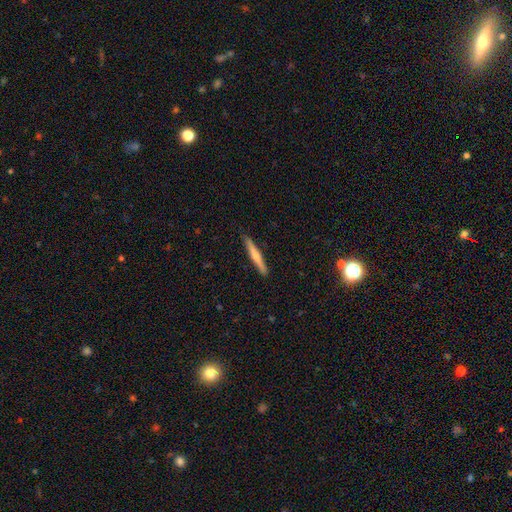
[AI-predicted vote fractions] Smooth or featured? Predicted: smooth (p=0.53). How rounded? Predicted: cigar-shaped (p=0.95). Merging? Predicted: none (p=0.90).